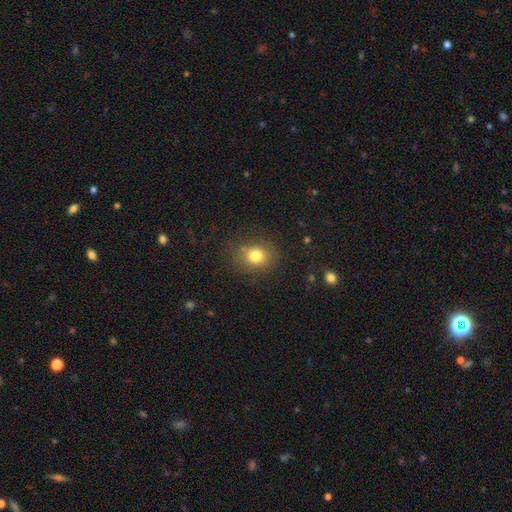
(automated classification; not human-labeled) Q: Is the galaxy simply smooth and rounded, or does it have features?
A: smooth — 79%.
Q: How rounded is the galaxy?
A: round — 72%.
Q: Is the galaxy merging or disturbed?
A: none — 82%.